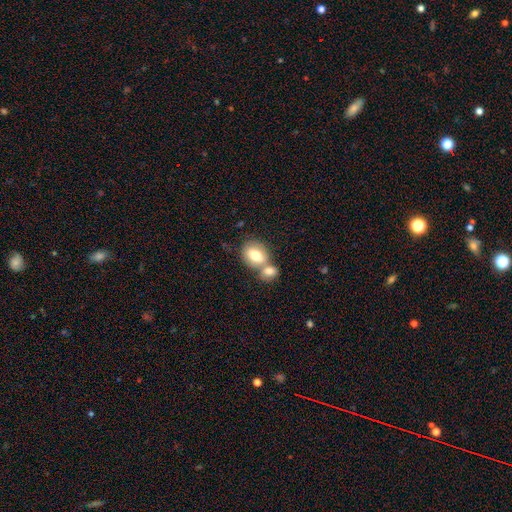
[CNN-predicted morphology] Overall: smooth (75%). How rounded: in between (60%; round 39%). Merging: merger (53%; none 35%).